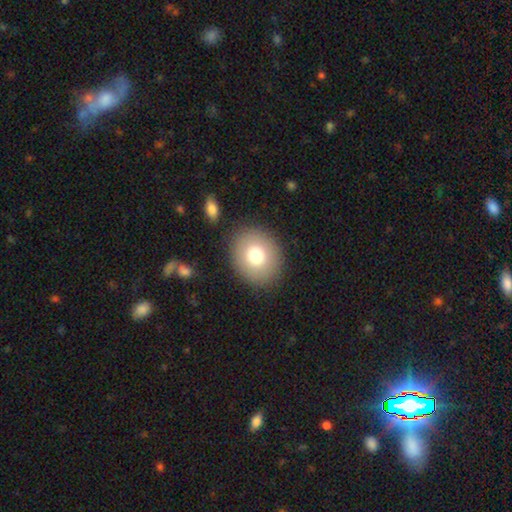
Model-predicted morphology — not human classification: Smooth or featured? smooth (77%)
How rounded? round (66%)
Merging? none (87%)